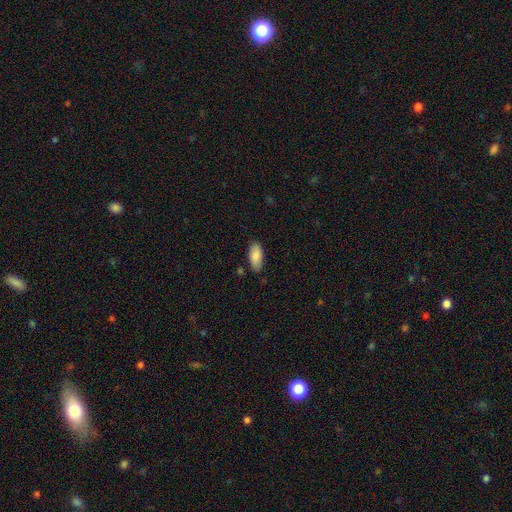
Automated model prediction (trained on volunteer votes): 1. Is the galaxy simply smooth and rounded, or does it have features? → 88% smooth, 6% featured or disk, 6% star or artifact.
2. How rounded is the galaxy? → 89% in between, 9% cigar-shaped, 2% round.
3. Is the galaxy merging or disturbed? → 83% none, 13% minor disturbance, 3% major disturbance, 2% merger.